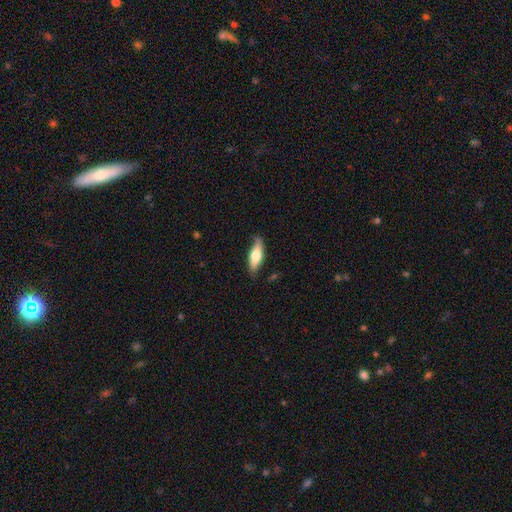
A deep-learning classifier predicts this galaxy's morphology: Smooth or featured? smooth (59%)
How rounded? in between (57%)
Merging? none (68%)